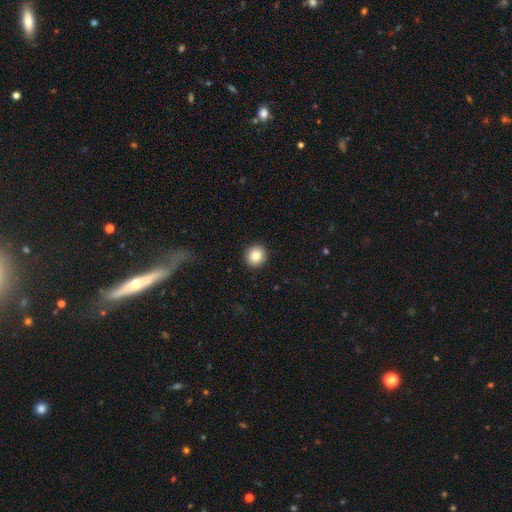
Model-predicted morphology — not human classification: smooth-or-featured: smooth: 84% | star or artifact: 9% | featured or disk: 7%
  how-rounded: round: 93% | in between: 6% | cigar-shaped: 1%
  merging: none: 92% | minor disturbance: 5% | major disturbance: 2% | merger: 1%